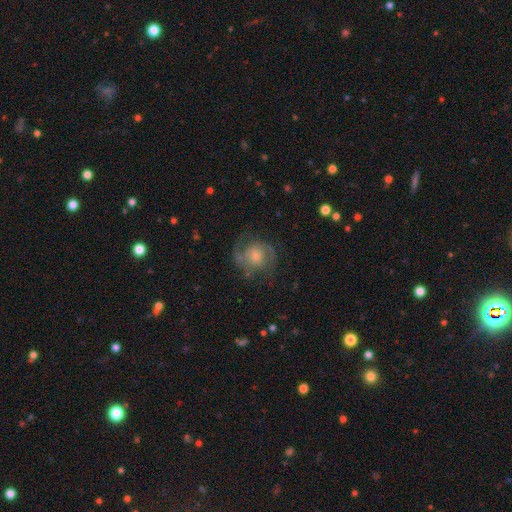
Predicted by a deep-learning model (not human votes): This appears to be a featured or disk galaxy (74%) with no bar (73%), 2 (73%) medium (47%) spiral arms (91%) and a moderate central bulge (43%). Merging: none (73%).